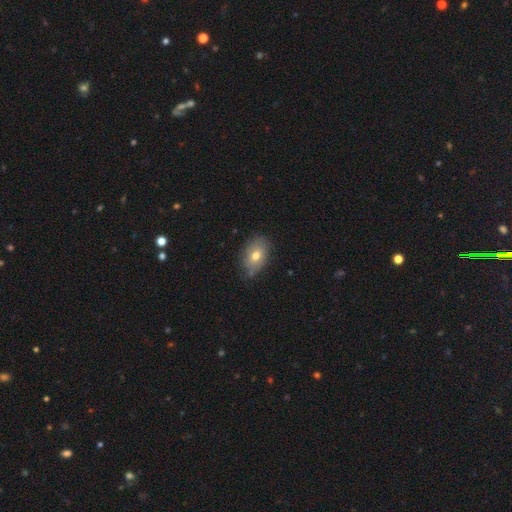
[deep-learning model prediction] smooth-or-featured: smooth: 72% | featured or disk: 19% | star or artifact: 9%
  how-rounded: in between: 83% | round: 16% | cigar-shaped: 1%
  merging: none: 73% | minor disturbance: 21% | major disturbance: 4% | merger: 2%